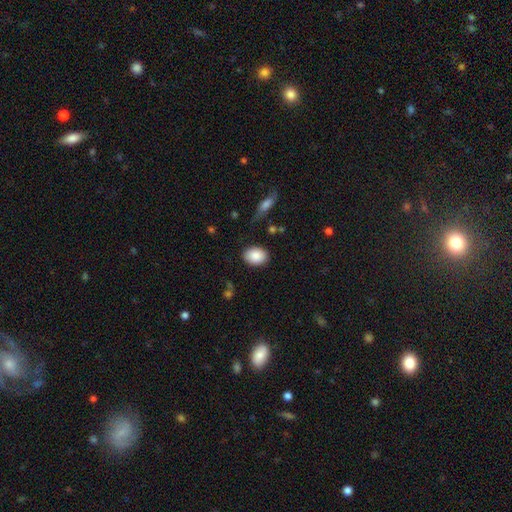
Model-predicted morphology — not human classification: Q: Smooth or featured?
A: smooth (87%); runner-up: star or artifact (7%)
Q: How rounded?
A: in between (76%); runner-up: round (23%)
Q: Merging?
A: none (86%); runner-up: minor disturbance (10%)